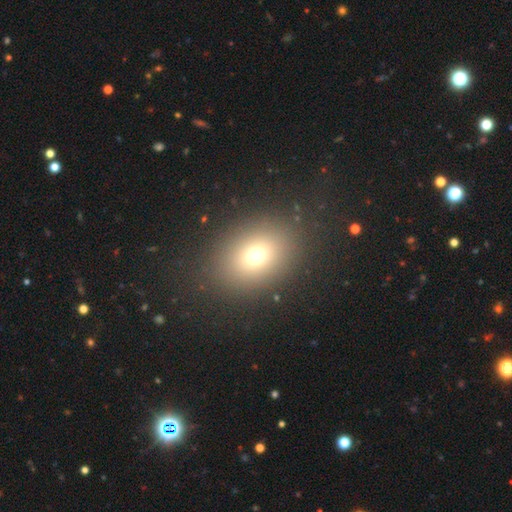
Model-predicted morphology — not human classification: smooth-or-featured: smooth: 71% | star or artifact: 17% | featured or disk: 12%
  how-rounded: in between: 57% | round: 42% | cigar-shaped: 1%
  merging: none: 86% | minor disturbance: 8% | major disturbance: 5% | merger: 1%